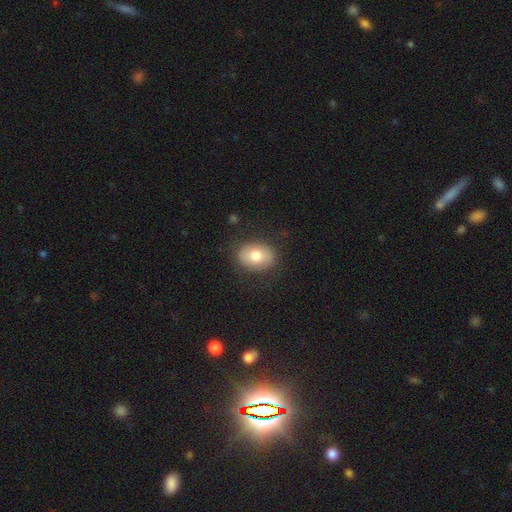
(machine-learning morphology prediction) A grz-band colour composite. It shows a smooth galaxy with no disk features (77%) that is in between round and cigar-shaped (74%). Merging: none (82%).